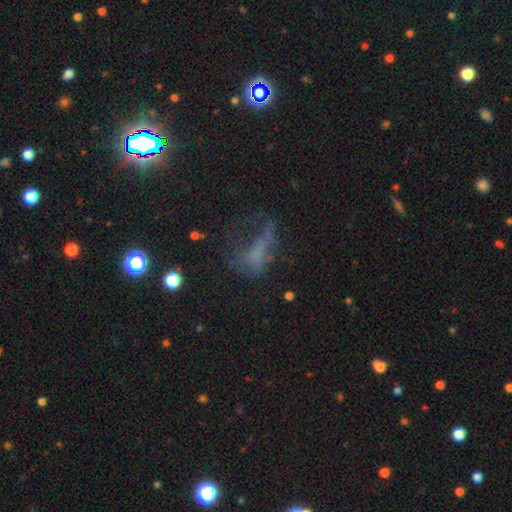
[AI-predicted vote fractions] Overall: smooth (35%; featured or disk 34%). Merging: major disturbance (44%; none 32%).